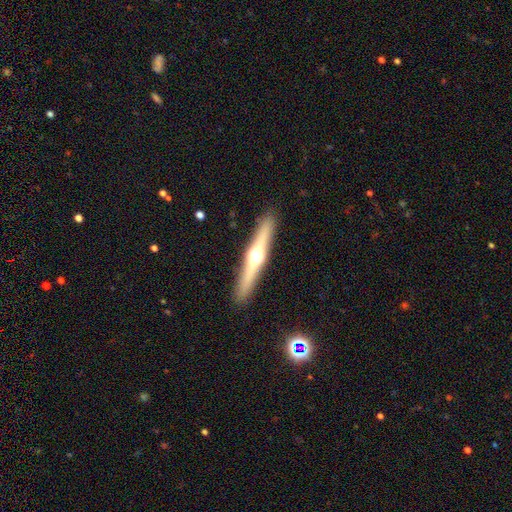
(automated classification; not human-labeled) Smooth or featured: featured or disk — 68% (smooth — 26%)
Edge-on disk: yes — 97% (no — 3%)
Edge-on bulge: rounded — 95% (none — 3%)
Merging: none — 91% (minor disturbance — 6%)